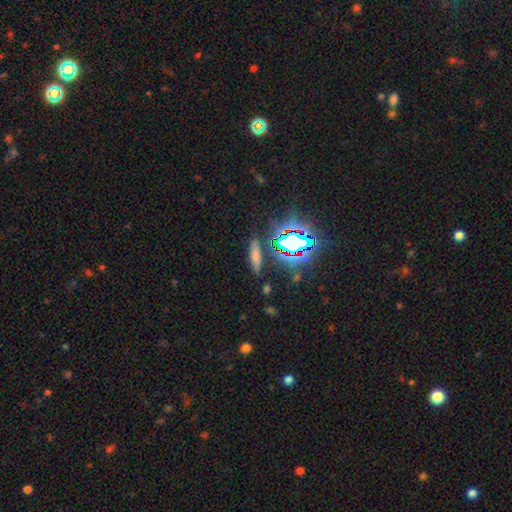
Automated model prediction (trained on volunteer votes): Smooth or featured?
  - smooth: 60% *
  - star or artifact: 25%
  - featured or disk: 15%
How rounded?
  - cigar-shaped: 69% *
  - in between: 26%
  - round: 5%
Merging?
  - none: 83% *
  - minor disturbance: 10%
  - major disturbance: 3%
  - merger: 3%